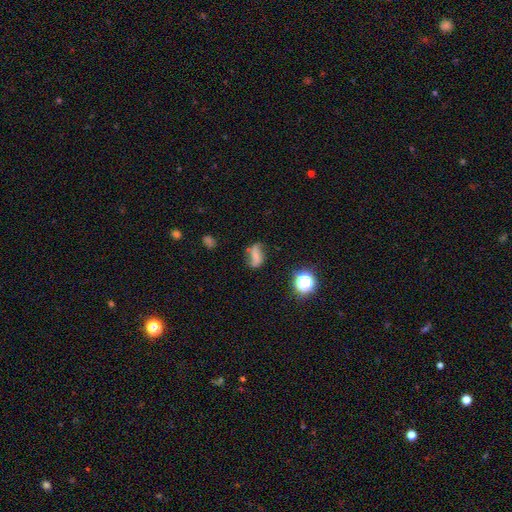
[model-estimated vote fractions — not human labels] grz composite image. It shows a featured or disk galaxy (46%). Merging: none (59%).